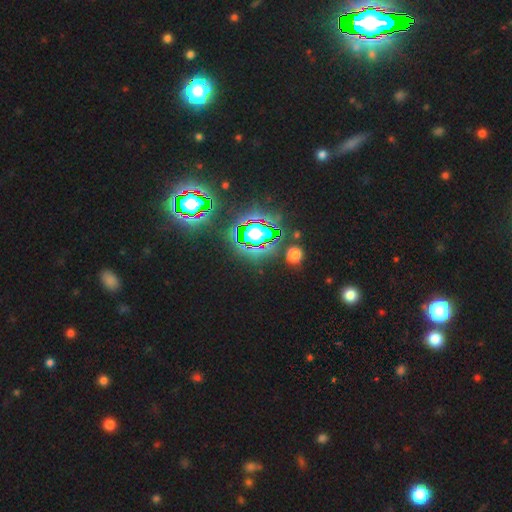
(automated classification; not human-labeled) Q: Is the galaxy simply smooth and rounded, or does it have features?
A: star or artifact — 80%.